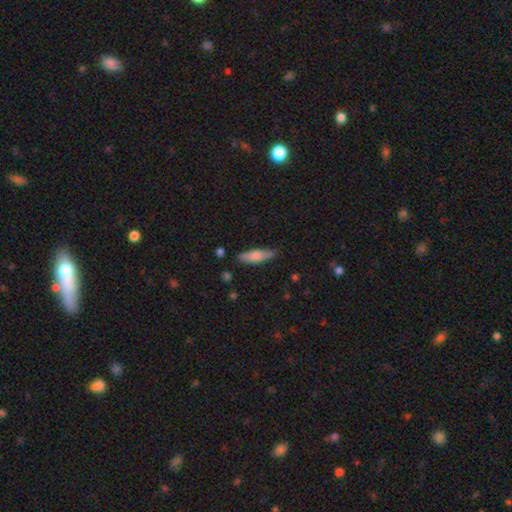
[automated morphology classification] This appears to be a smooth galaxy with no disk features (72%) that is cigar-shaped (62%). Merging: none (83%).